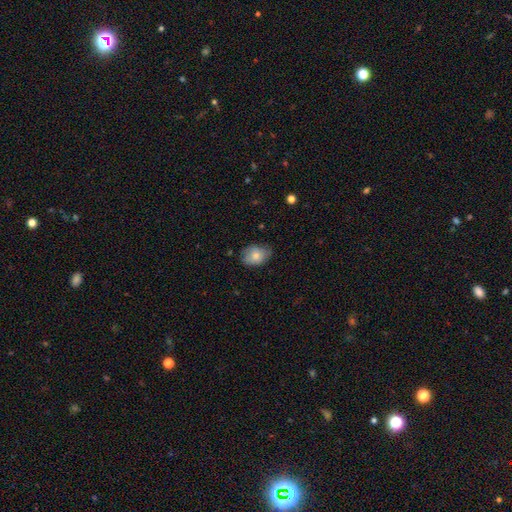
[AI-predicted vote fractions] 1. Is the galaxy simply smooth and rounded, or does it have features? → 75% smooth, 18% featured or disk, 7% star or artifact.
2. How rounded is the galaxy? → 77% in between, 22% round, 1% cigar-shaped.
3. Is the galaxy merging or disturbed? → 65% none, 28% minor disturbance, 5% major disturbance, 1% merger.